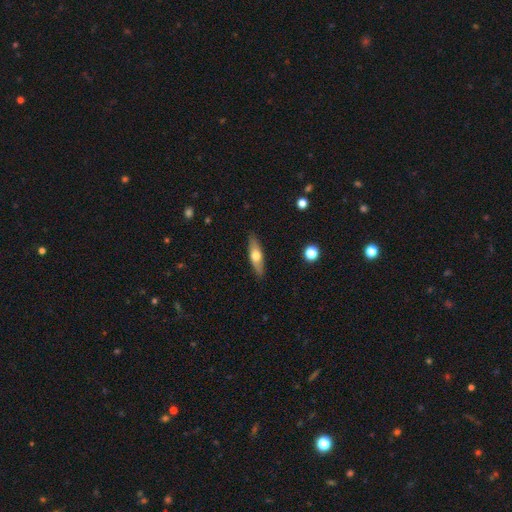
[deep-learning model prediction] This appears to be a smooth galaxy with no disk features (51%) that is cigar-shaped (61%). Merging: none (88%).